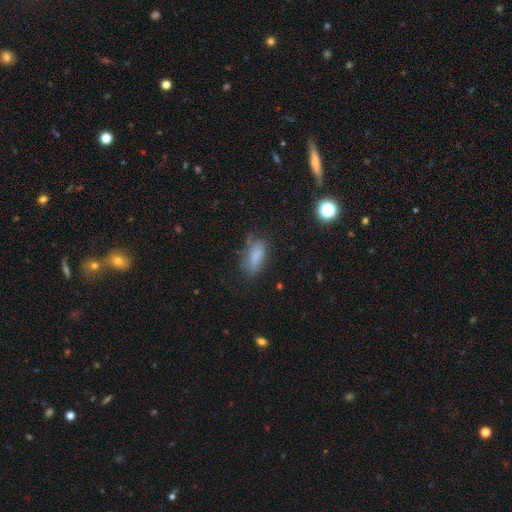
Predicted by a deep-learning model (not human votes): Q: Smooth or featured?
A: smooth (76%); runner-up: featured or disk (13%)
Q: How rounded?
A: in between (80%); runner-up: cigar-shaped (16%)
Q: Merging?
A: none (58%); runner-up: minor disturbance (28%)